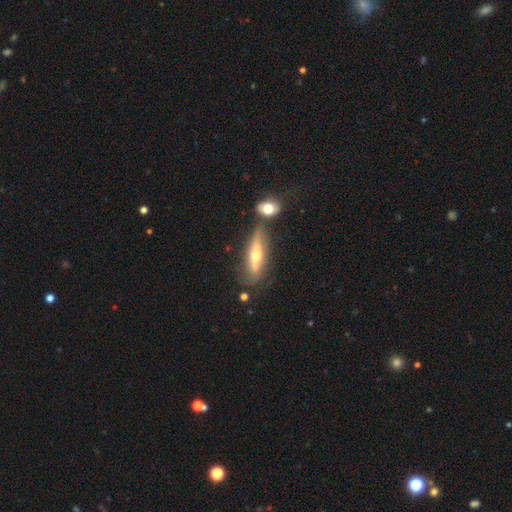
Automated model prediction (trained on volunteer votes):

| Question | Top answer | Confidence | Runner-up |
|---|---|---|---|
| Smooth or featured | featured or disk | 56% | smooth (36%) |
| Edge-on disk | yes | 71% | no (29%) |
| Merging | none | 59% | merger (20%) |